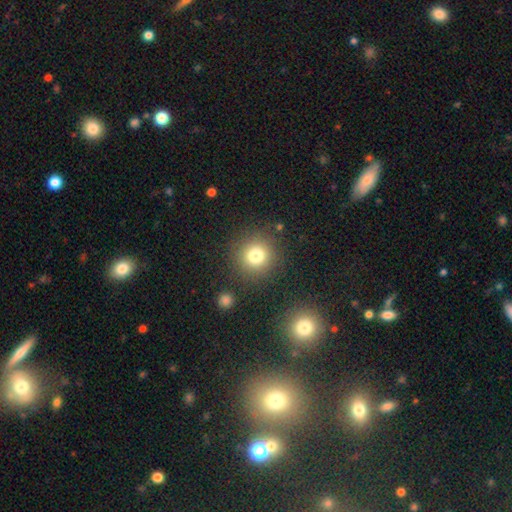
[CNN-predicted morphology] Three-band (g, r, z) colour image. It shows a smooth galaxy with no disk features (78%) that is round (93%). Merging: none (85%).